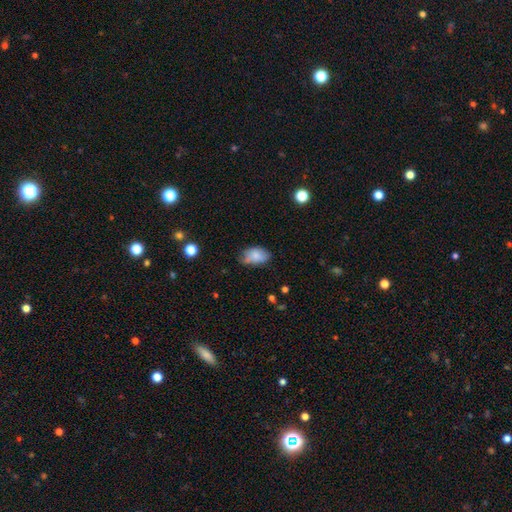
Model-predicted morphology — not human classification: This appears to be a smooth galaxy with no disk features (79%) that is in between round and cigar-shaped (91%). Merging: none (53%).